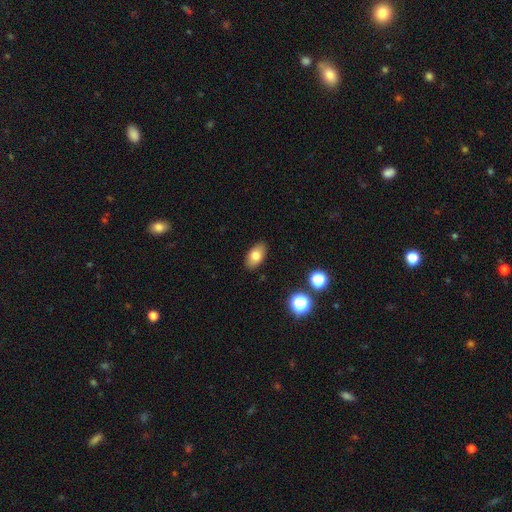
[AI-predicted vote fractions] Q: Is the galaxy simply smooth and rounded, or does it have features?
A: smooth — 78%.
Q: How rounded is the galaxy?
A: in between — 91%.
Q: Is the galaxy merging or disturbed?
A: none — 88%.